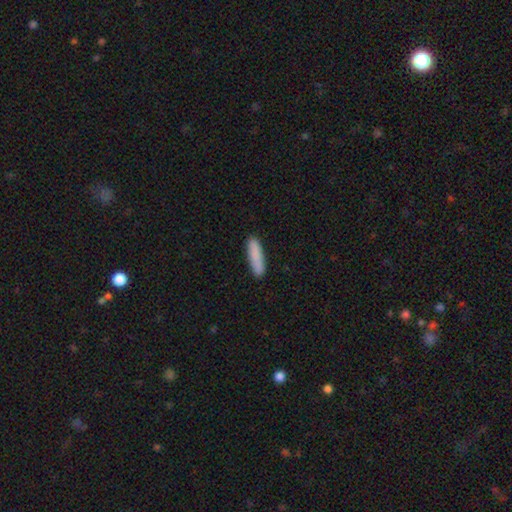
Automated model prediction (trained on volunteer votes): This is clearly a smooth galaxy (88%). How rounded: likely cigar-shaped (79%). Merging: clearly none (89%).